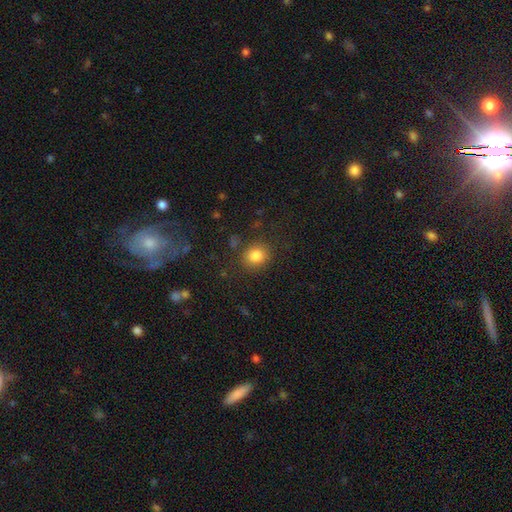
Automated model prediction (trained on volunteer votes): A smooth galaxy with no disk features (84%) that is round (73%). Merging: none (81%).